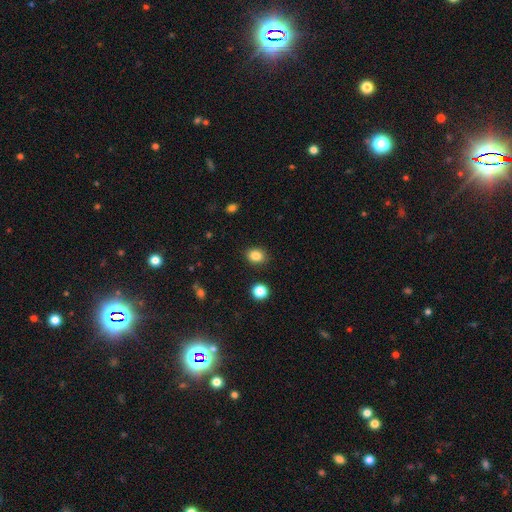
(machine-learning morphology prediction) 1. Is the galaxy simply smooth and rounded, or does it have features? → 84% smooth, 11% star or artifact, 5% featured or disk.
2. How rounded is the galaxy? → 53% round, 46% in between, 1% cigar-shaped.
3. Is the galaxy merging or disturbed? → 88% none, 8% minor disturbance, 2% major disturbance, 2% merger.